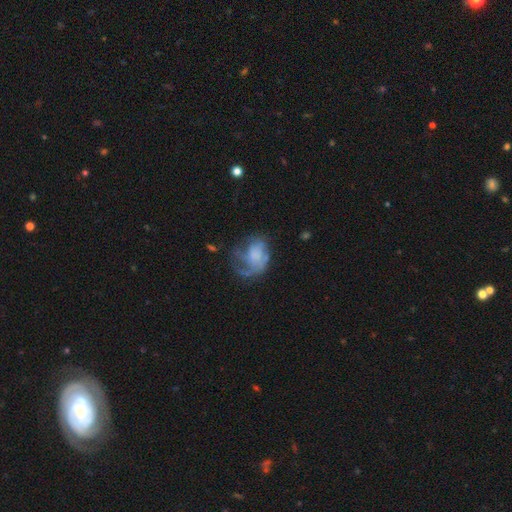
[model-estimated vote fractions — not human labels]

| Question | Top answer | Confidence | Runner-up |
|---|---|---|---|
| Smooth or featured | featured or disk | 53% | smooth (37%) |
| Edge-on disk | no | 98% | yes (2%) |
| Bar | no | 80% | weak (17%) |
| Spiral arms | yes | 57% | no (43%) |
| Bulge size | none | 54% | small (16%) |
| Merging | major disturbance | 43% | none (33%) |